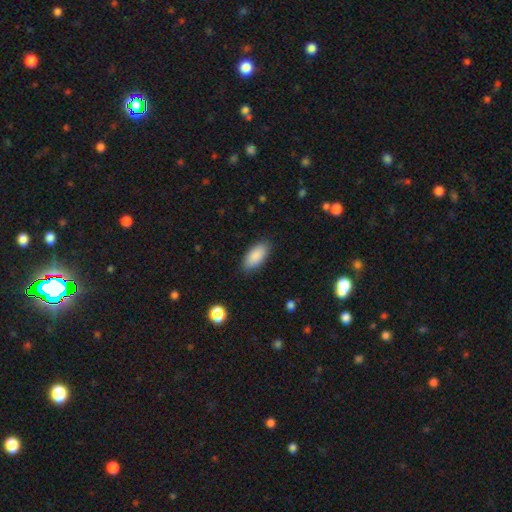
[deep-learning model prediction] This is clearly a smooth galaxy (89%). How rounded: clearly in between (91%). Merging: clearly none (85%).